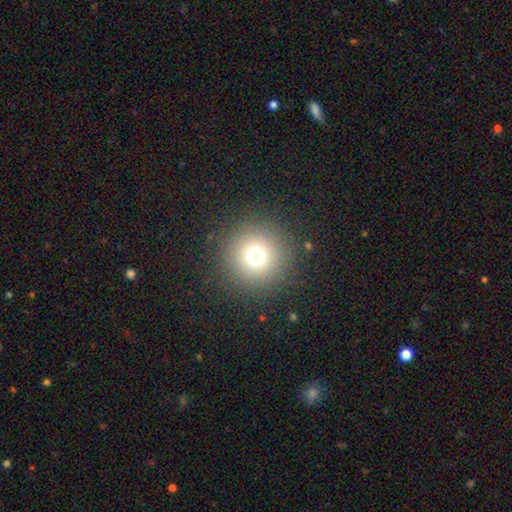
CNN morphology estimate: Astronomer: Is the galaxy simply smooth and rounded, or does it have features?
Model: smooth — 70%.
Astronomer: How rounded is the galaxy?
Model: round — 96%.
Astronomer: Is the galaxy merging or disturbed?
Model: none — 89%.